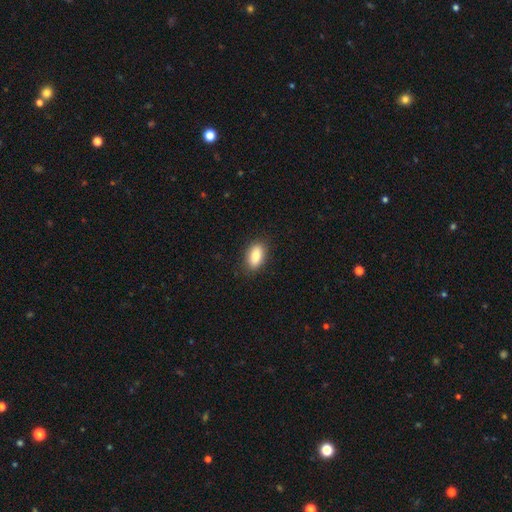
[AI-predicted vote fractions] smooth-or-featured: smooth: 84% | featured or disk: 8% | star or artifact: 7%
  how-rounded: in between: 89% | round: 6% | cigar-shaped: 5%
  merging: none: 87% | minor disturbance: 10% | major disturbance: 2% | merger: 1%